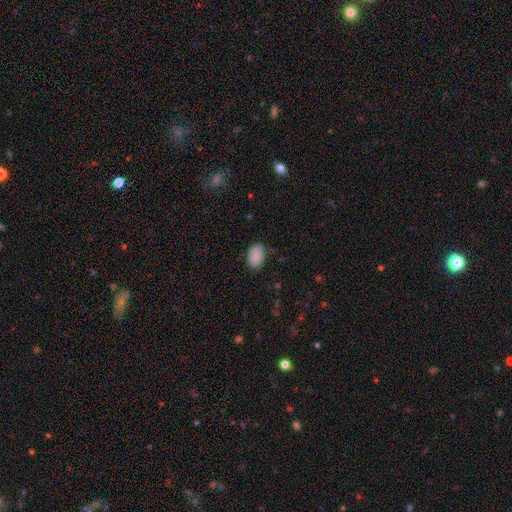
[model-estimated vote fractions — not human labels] smooth 88%, star or artifact 8%, featured or disk 5%. Down the decision tree: how rounded — in between (88%); merging — none (76%).